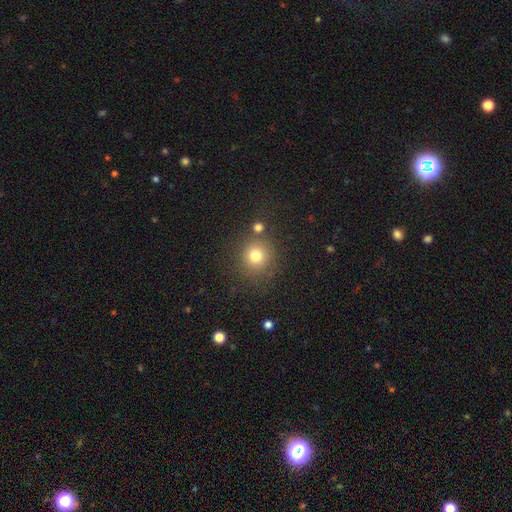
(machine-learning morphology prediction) Smooth or featured?
  - smooth: 77% *
  - star or artifact: 15%
  - featured or disk: 8%
How rounded?
  - round: 92% *
  - in between: 7%
  - cigar-shaped: 1%
Merging?
  - none: 79% *
  - minor disturbance: 9%
  - merger: 8%
  - major disturbance: 4%